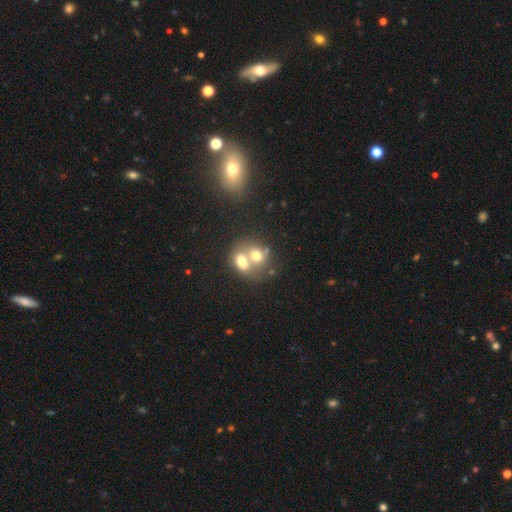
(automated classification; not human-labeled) smooth-or-featured: smooth: 61% | featured or disk: 26% | star or artifact: 13%
  how-rounded: round: 57% | in between: 42% | cigar-shaped: 1%
  merging: merger: 68% | none: 23% | minor disturbance: 6% | major disturbance: 4%